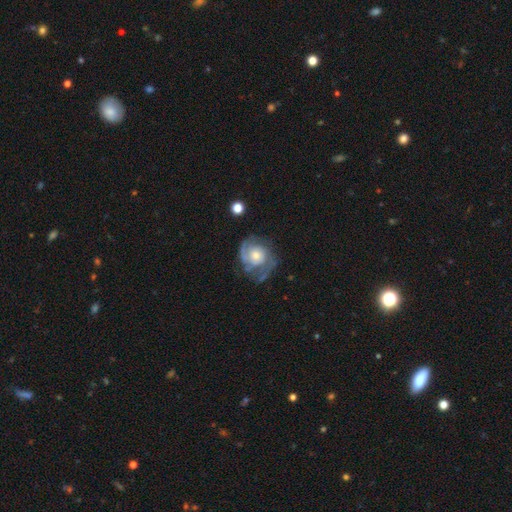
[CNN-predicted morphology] This is likely a featured or disk galaxy (79%). It is clearly not viewed edge-on (98%). Bar: likely no (76%). Spiral arm pattern: clearly yes (93%). Spiral arm count: possibly 2 (56%). Spiral winding: possibly tight (50%). Central bulge: possibly moderate (49%). Merging: possibly none (60%).